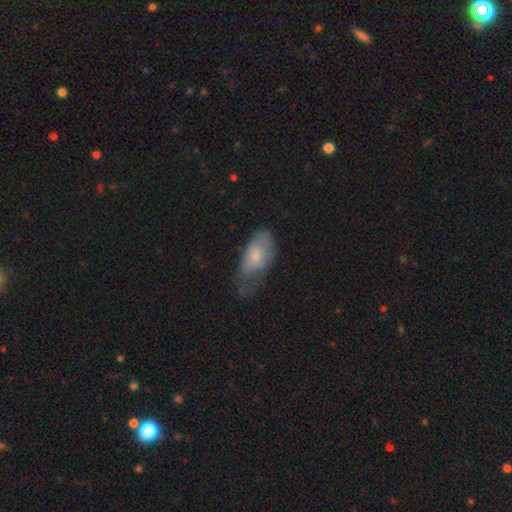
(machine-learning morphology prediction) This is likely a smooth galaxy (67%). How rounded: clearly in between (91%). Merging: marginally minor disturbance (40%).